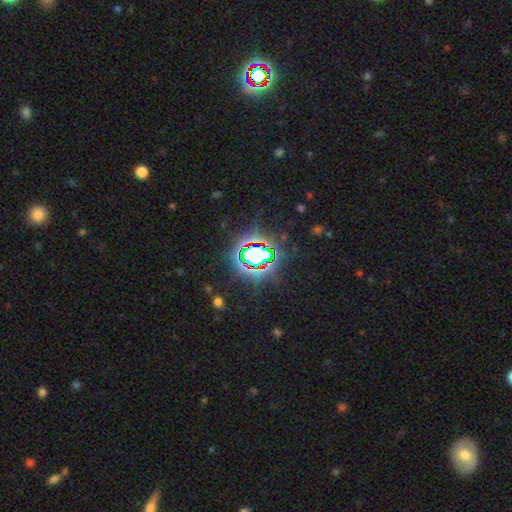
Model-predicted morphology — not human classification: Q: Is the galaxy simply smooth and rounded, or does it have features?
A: star or artifact — 79%.